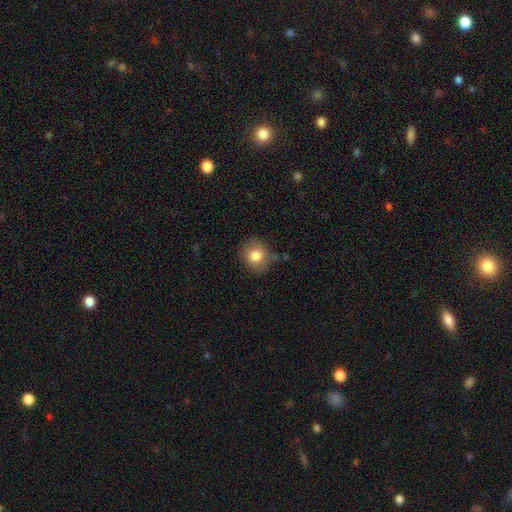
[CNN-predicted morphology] Smooth or featured: smooth — 81% (featured or disk — 11%)
How rounded: round — 78% (in between — 21%)
Merging: none — 76% (minor disturbance — 17%)